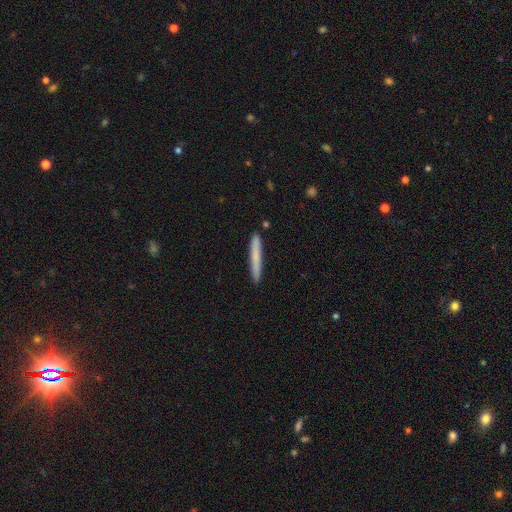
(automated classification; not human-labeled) Morphology: type=smooth (75%); roundness=cigar-shaped (97%); merging=none (90%).